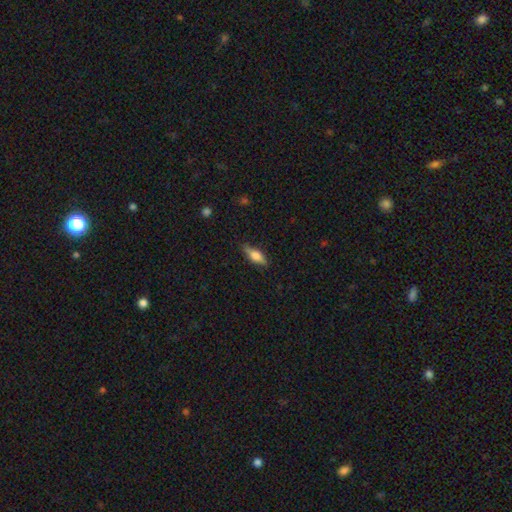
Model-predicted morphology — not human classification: The model was most divided on "smooth or featured": smooth: 55%, featured or disk: 38%, star or artifact: 7%. More confident: merging — none (81%); how rounded — in between (58%).